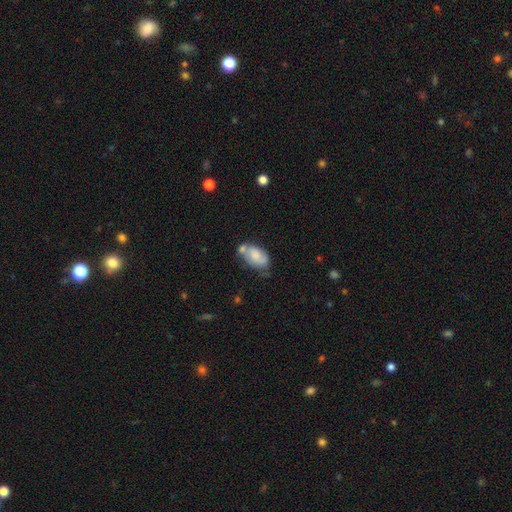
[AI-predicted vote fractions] Smooth or featured?
  - smooth: 66% *
  - featured or disk: 26%
  - star or artifact: 7%
How rounded?
  - in between: 92% *
  - round: 6%
  - cigar-shaped: 2%
Merging?
  - none: 41% *
  - minor disturbance: 26%
  - merger: 25%
  - major disturbance: 9%